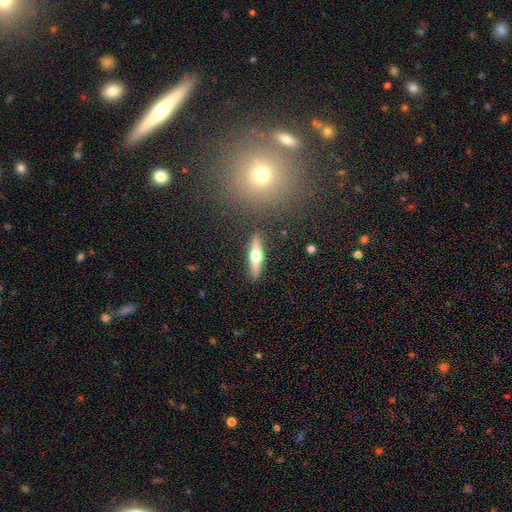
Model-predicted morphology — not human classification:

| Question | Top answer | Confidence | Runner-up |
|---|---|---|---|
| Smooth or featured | featured or disk | 53% | smooth (41%) |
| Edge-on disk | yes | 94% | no (6%) |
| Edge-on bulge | rounded | 94% | boxy (3%) |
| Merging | none | 89% | minor disturbance (7%) |